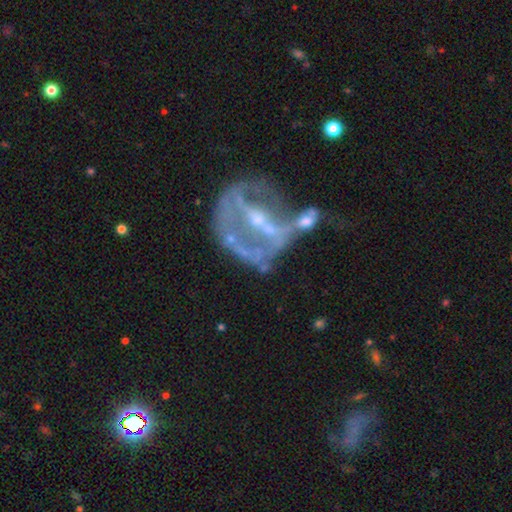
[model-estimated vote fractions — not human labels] A featured or disk galaxy (73%) with no bar (46%), no spiral arms (69%) and a small central bulge (41%). Merging: merger (32%).